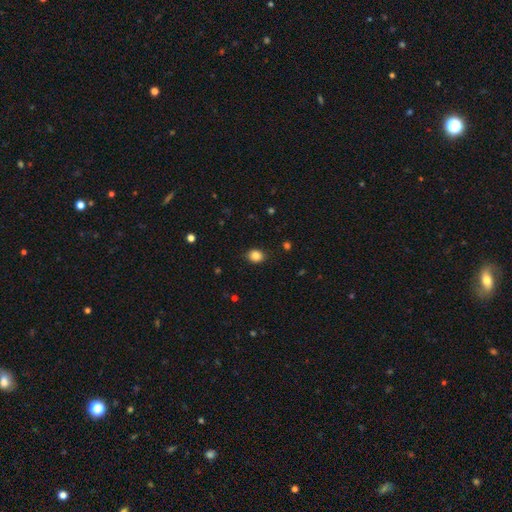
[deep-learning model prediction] smooth-or-featured: smooth: 85% | star or artifact: 10% | featured or disk: 5%
  how-rounded: round: 60% | in between: 40% | cigar-shaped: 1%
  merging: none: 87% | minor disturbance: 9% | major disturbance: 2% | merger: 1%